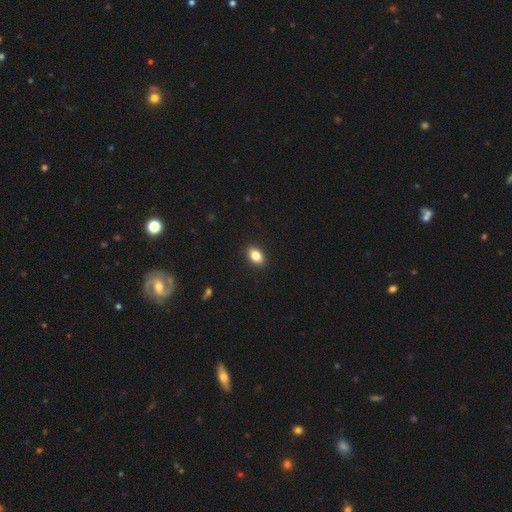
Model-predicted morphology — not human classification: Overall: smooth (84%). How rounded: in between (84%). Merging: none (90%).